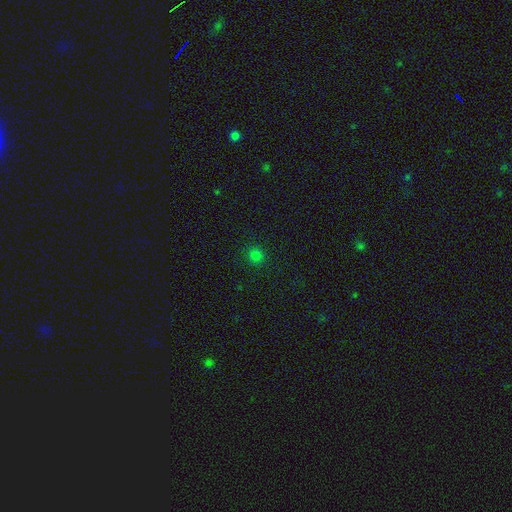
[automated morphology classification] A smooth galaxy with no disk features (79%) that is round (90%). Merging: none (90%).